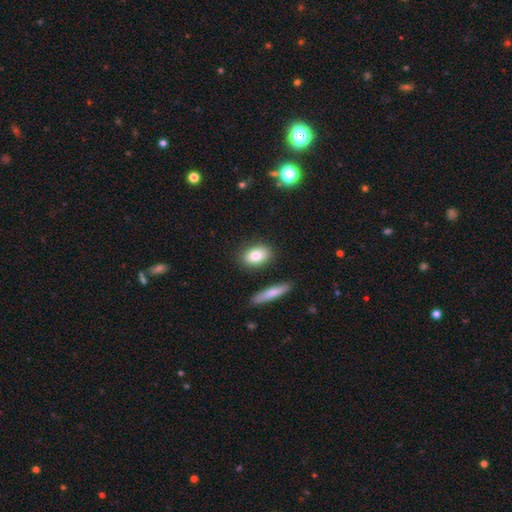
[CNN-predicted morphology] smooth-or-featured: smooth: 81% | featured or disk: 11% | star or artifact: 8%
  how-rounded: in between: 80% | round: 16% | cigar-shaped: 4%
  merging: none: 84% | minor disturbance: 10% | merger: 4% | major disturbance: 3%